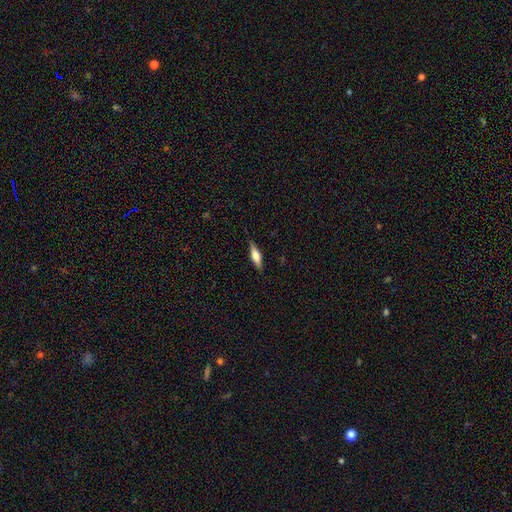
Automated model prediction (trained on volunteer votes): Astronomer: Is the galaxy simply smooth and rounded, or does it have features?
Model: smooth — 52% (runner-up: featured or disk, 41%).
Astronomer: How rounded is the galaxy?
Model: cigar-shaped — 57% (runner-up: in between, 40%).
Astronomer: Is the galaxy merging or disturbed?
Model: none — 87%.